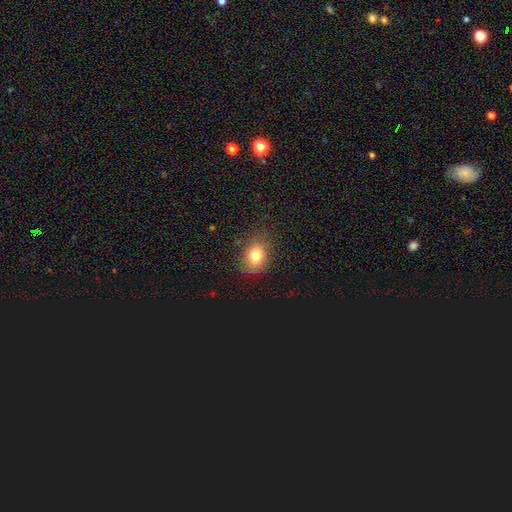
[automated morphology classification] A smooth galaxy with no disk features (78%) that is in between round and cigar-shaped (60%).

Vote fractions:
- Smooth or featured? smooth: 78% / star or artifact: 13% / featured or disk: 9%
- How rounded? in between: 60% / round: 39% / cigar-shaped: 1%
- Merging? none: 84% / minor disturbance: 12% / major disturbance: 4% / merger: 1%